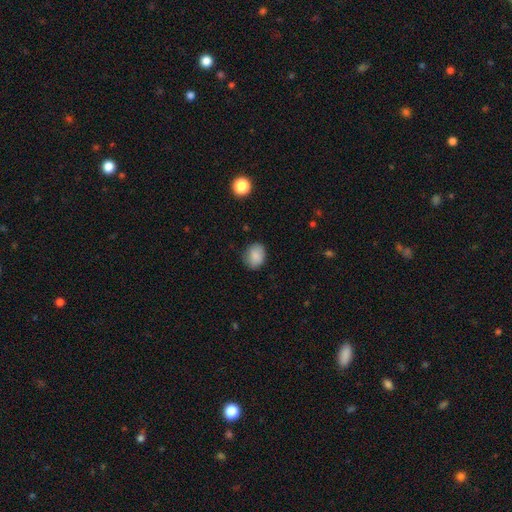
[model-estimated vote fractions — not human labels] A smooth galaxy with no disk features (85%) that is round (52%).

Vote fractions:
- Smooth or featured? smooth: 85% / star or artifact: 8% / featured or disk: 7%
- How rounded? round: 52% / in between: 47% / cigar-shaped: 1%
- Merging? none: 81% / minor disturbance: 15% / major disturbance: 3% / merger: 1%